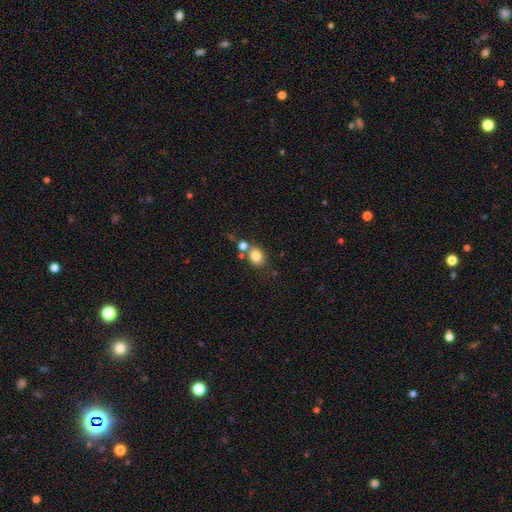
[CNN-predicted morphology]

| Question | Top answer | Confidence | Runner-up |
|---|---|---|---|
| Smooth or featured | smooth | 82% | star or artifact (10%) |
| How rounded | in between | 50% | round (48%) |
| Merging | none | 61% | merger (23%) |